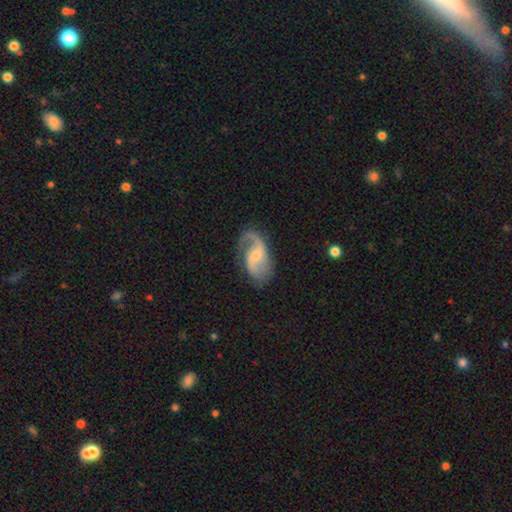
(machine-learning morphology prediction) Q: Smooth or featured?
A: featured or disk (88%); runner-up: smooth (8%)
Q: Edge-on disk?
A: no (97%); runner-up: yes (3%)
Q: Bar?
A: weak (55%); runner-up: no (27%)
Q: Spiral arms?
A: yes (97%); runner-up: no (3%)
Q: Spiral winding?
A: loose (53%); runner-up: medium (38%)
Q: Spiral arm count?
A: 2 (84%); runner-up: 1 (10%)
Q: Bulge size?
A: small (50%); runner-up: moderate (41%)
Q: Merging?
A: none (71%); runner-up: minor disturbance (18%)